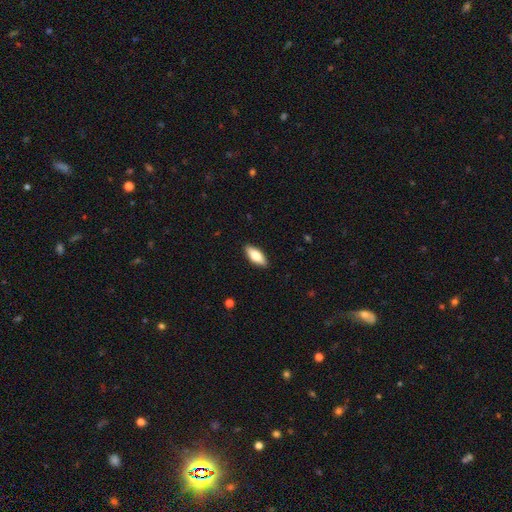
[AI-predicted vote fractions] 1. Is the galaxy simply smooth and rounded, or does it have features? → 74% smooth, 20% featured or disk, 6% star or artifact.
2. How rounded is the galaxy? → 79% in between, 19% cigar-shaped, 2% round.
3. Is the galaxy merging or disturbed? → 89% none, 8% minor disturbance, 2% major disturbance, 1% merger.